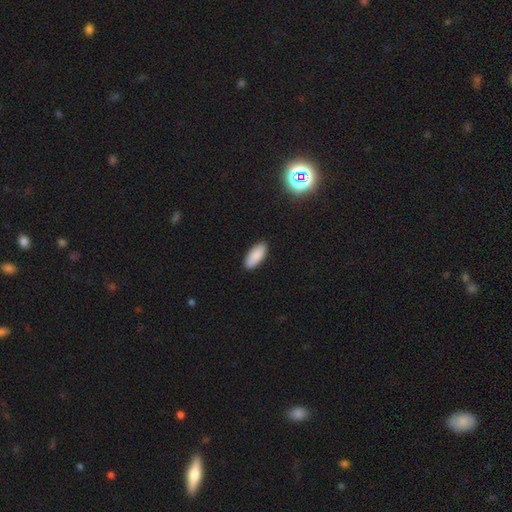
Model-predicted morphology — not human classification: A smooth galaxy with no disk features (89%) that is in between round and cigar-shaped (85%). Merging: none (90%).